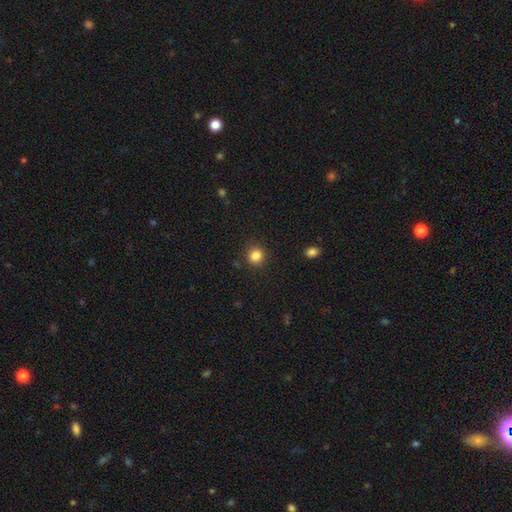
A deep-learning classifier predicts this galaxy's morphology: type=smooth (84%); roundness=round (90%); merging=none (89%).